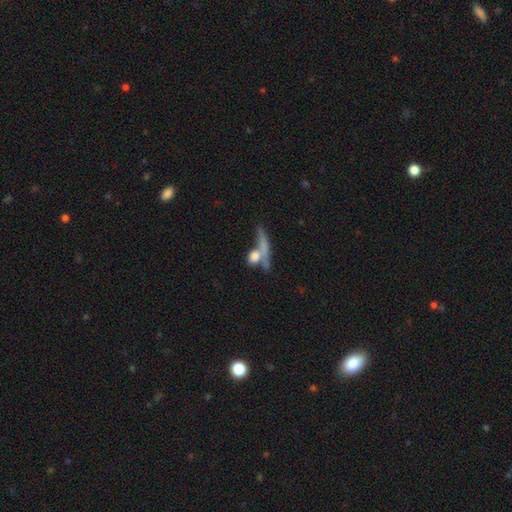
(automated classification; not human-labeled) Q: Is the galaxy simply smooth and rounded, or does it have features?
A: smooth — 70%.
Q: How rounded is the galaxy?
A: round — 44%.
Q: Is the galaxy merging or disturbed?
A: none — 43%.